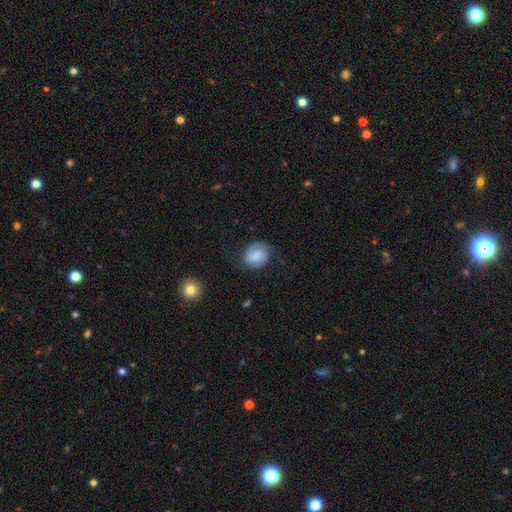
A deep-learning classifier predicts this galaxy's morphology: smooth_or_featured: featured or disk (p=0.58) [alt: smooth p=0.34]
disk_edge_on: no (p=0.98) [alt: yes p=0.02]
bar: weak (p=0.51) [alt: no p=0.29]
has_spiral_arms: yes (p=0.92) [alt: no p=0.08]
spiral_winding: medium (p=0.45) [alt: tight p=0.32]
spiral_arm_count: 2 (p=0.83) [alt: can't tell p=0.07]
bulge_size: none (p=0.32) [alt: moderate p=0.28]
merging: none (p=0.64) [alt: minor disturbance p=0.21]